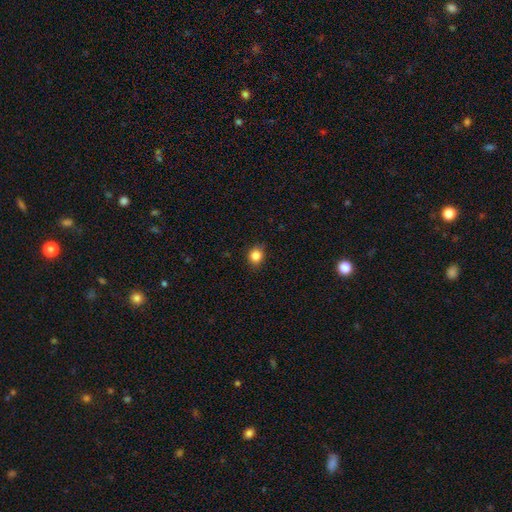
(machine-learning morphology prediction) This is clearly a smooth galaxy (85%). How rounded: likely round (75%). Merging: clearly none (85%).